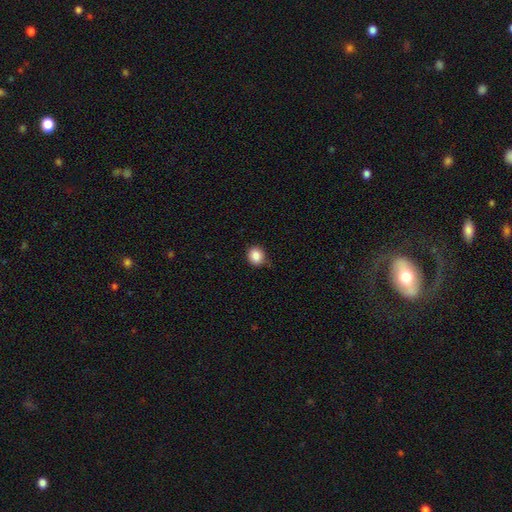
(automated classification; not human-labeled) Q: Smooth or featured?
A: smooth (87%); runner-up: star or artifact (9%)
Q: How rounded?
A: round (77%); runner-up: in between (22%)
Q: Merging?
A: none (79%); runner-up: minor disturbance (17%)